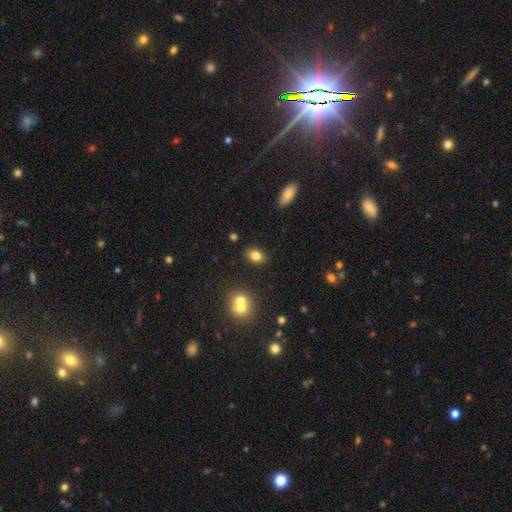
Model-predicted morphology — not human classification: This appears to be a smooth galaxy with no disk features (81%) that is in between round and cigar-shaped (80%). Merging: none (83%).